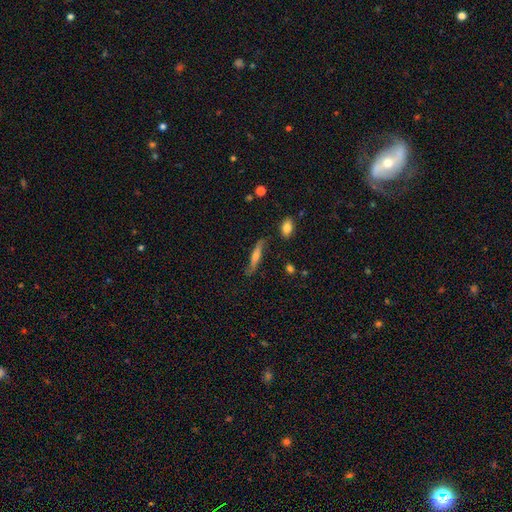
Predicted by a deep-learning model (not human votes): This appears to be a featured or disk galaxy (54%) viewed edge-on (72%). Merging: none (75%).